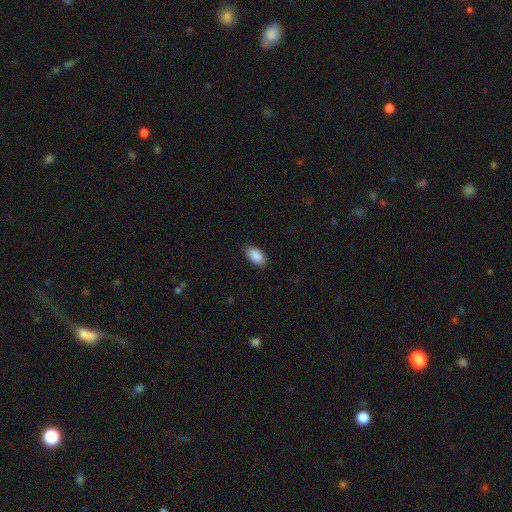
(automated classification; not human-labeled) smooth 90%, star or artifact 6%, featured or disk 3%. Down the decision tree: how rounded — in between (95%); merging — none (87%).